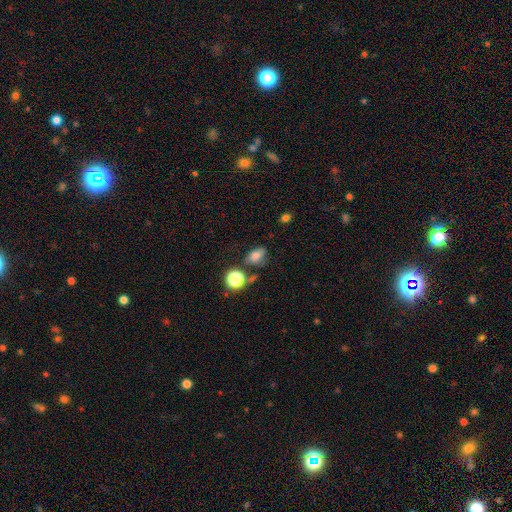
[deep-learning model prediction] smooth_or_featured: smooth (p=0.67) [alt: star or artifact p=0.17]
how_rounded: in between (p=0.73) [alt: round p=0.24]
merging: none (p=0.57) [alt: minor disturbance p=0.23]